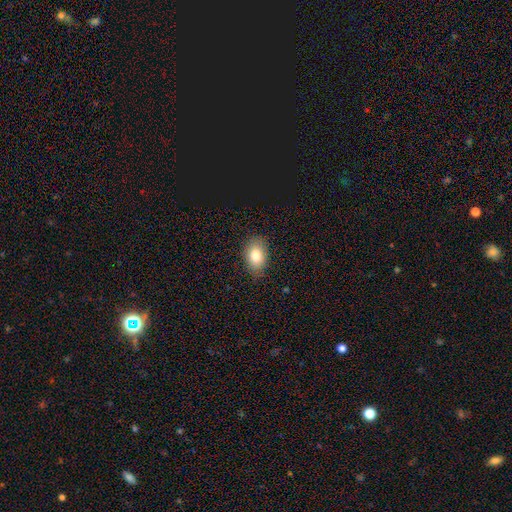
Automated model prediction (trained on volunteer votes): Smooth or featured: smooth — 83% (featured or disk — 9%)
How rounded: in between — 87% (round — 11%)
Merging: none — 83% (minor disturbance — 14%)